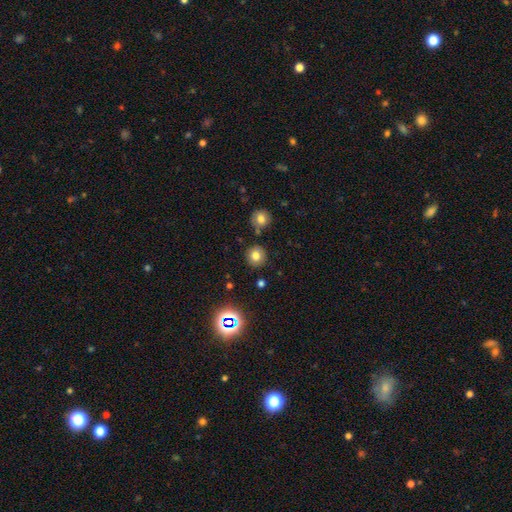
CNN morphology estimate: The model was most divided on "smooth or featured": smooth: 75%, star or artifact: 16%, featured or disk: 9%. More confident: how rounded — round (92%); merging — none (85%).